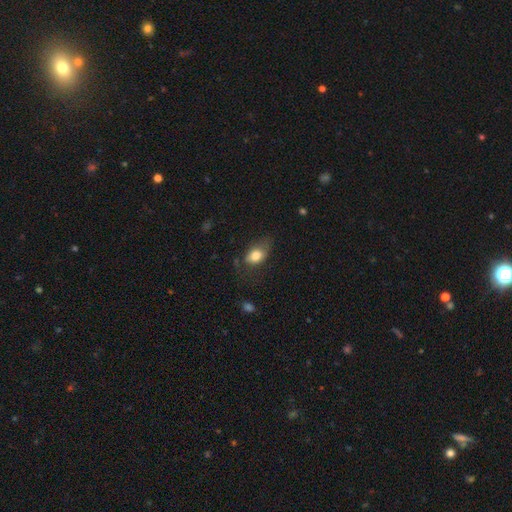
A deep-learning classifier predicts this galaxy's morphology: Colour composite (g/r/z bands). It shows a smooth galaxy with no disk features (80%) that is in between round and cigar-shaped (83%). Merging: none (48%).